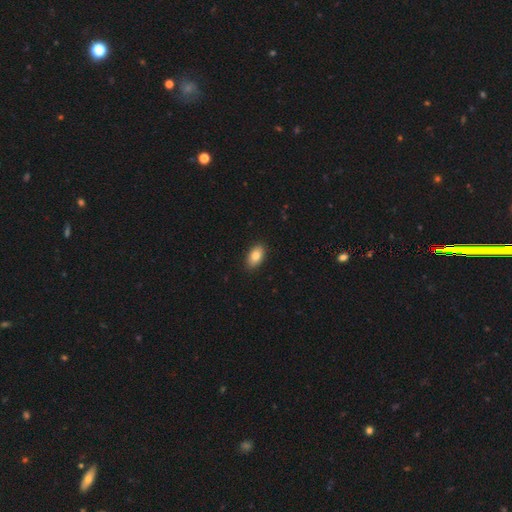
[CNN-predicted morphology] This appears to be a smooth galaxy with no disk features (84%) that is in between round and cigar-shaped (91%). Merging: none (89%).